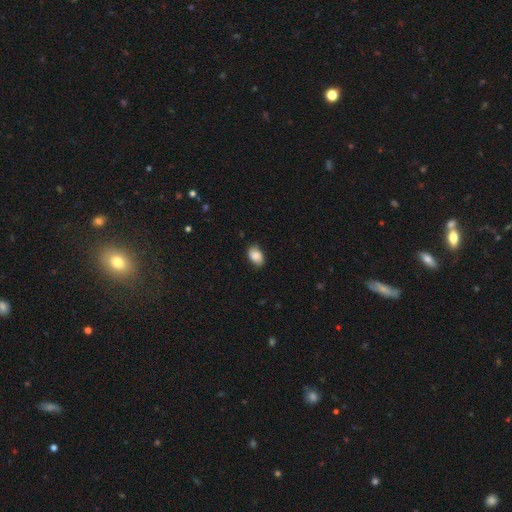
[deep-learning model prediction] This appears to be a smooth galaxy with no disk features (84%) that is in between round and cigar-shaped (86%). Merging: none (82%).